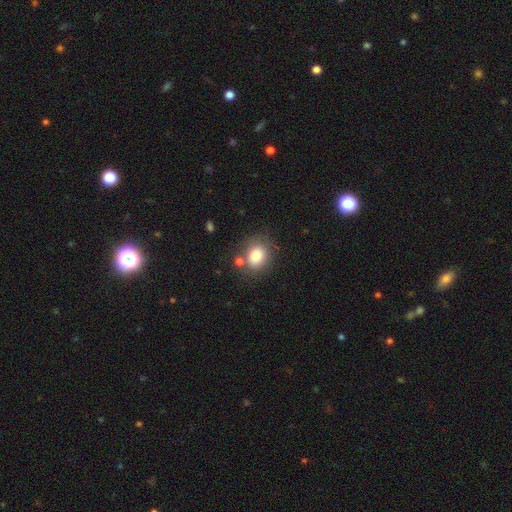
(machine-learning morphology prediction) Overall: smooth (82%). How rounded: round (56%; in between 43%). Merging: none (69%).